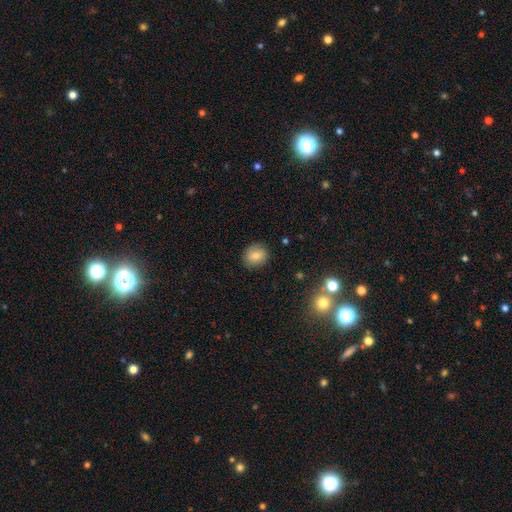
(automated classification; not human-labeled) Smooth or featured? smooth (79%)
How rounded? round (77%)
Merging? none (87%)